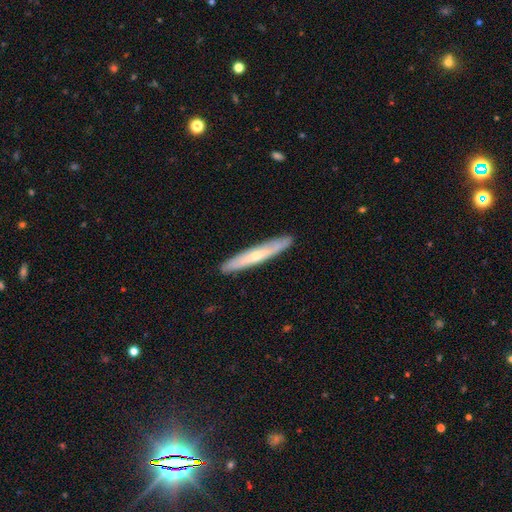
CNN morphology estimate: type=featured or disk (53%); edge-on=yes (81%); merging=none (90%).